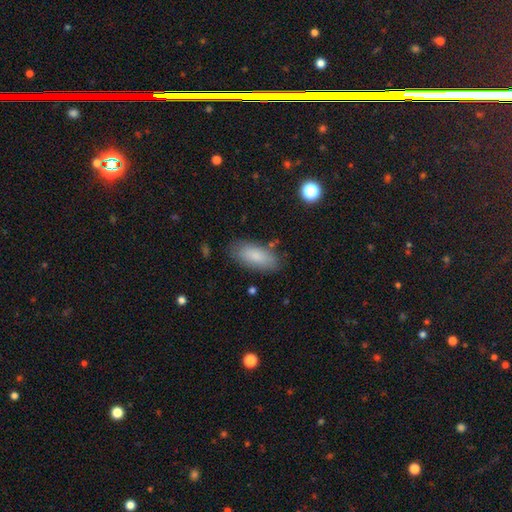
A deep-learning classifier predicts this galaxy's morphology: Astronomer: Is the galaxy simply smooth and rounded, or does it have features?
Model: smooth — 82%.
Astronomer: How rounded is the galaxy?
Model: in between — 84%.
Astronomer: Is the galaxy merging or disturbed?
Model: none — 81%.